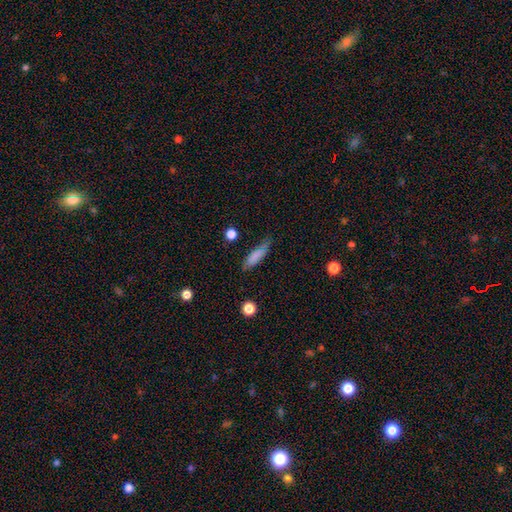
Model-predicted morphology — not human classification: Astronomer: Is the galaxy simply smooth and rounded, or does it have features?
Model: smooth — 79%.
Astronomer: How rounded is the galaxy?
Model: cigar-shaped — 62%.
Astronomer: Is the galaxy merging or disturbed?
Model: none — 69%.